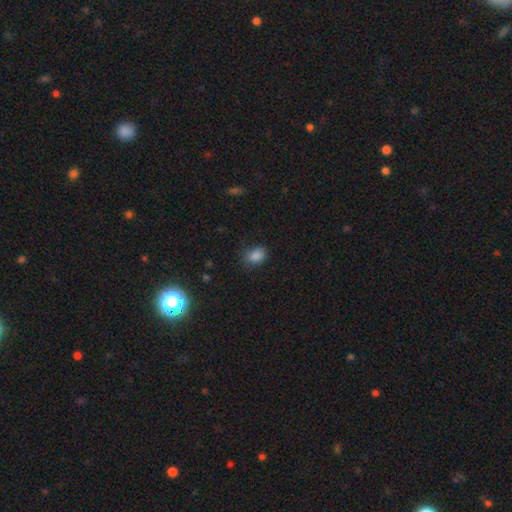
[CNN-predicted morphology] This is clearly a smooth galaxy (85%). How rounded: likely in between (75%). Merging: likely none (75%).